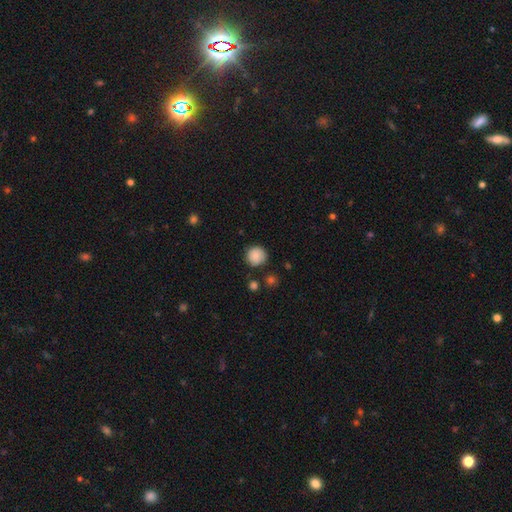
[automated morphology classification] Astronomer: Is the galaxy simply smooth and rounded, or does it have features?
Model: smooth — 86%.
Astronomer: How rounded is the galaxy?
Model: round — 93%.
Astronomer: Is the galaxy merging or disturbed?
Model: none — 84%.